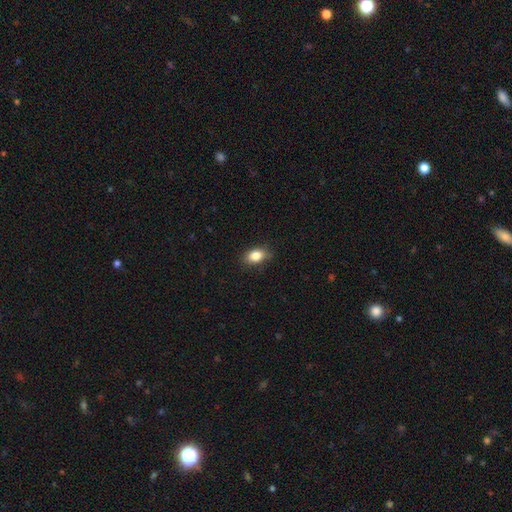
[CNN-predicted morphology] Smooth or featured?
  - smooth: 84% *
  - star or artifact: 9%
  - featured or disk: 7%
How rounded?
  - in between: 82% *
  - round: 16%
  - cigar-shaped: 2%
Merging?
  - none: 83% *
  - minor disturbance: 13%
  - major disturbance: 3%
  - merger: 1%